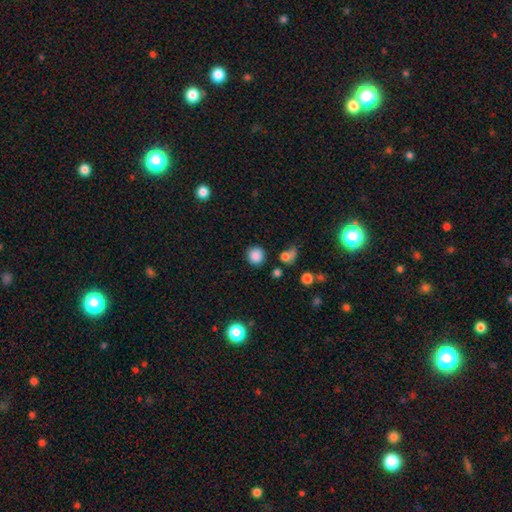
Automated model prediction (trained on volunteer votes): smooth 84%, star or artifact 11%, featured or disk 4%. Down the decision tree: how rounded — round (91%); merging — none (83%).